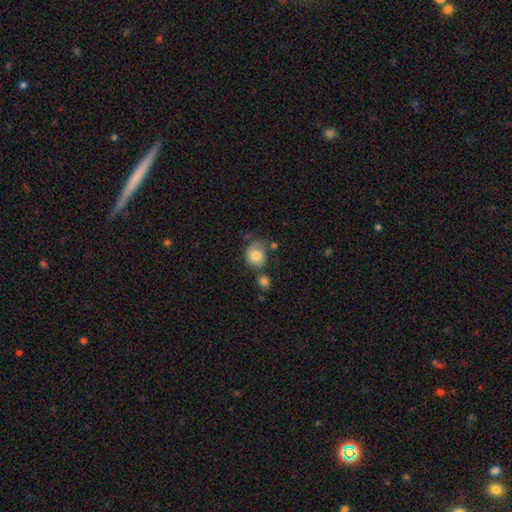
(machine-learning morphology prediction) smooth_or_featured: smooth (p=0.73) [alt: featured or disk p=0.19]
how_rounded: round (p=0.70) [alt: in between p=0.30]
merging: none (p=0.42) [alt: minor disturbance p=0.26]